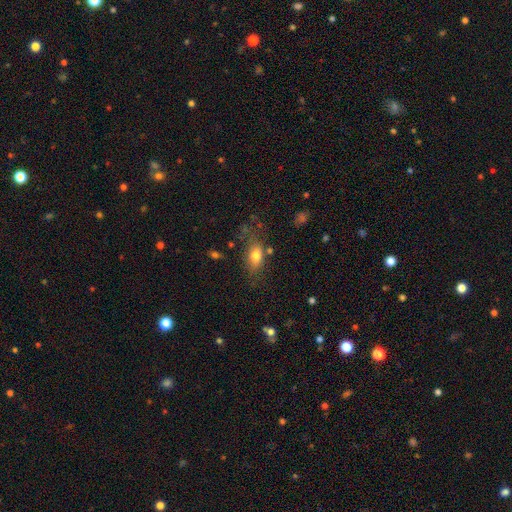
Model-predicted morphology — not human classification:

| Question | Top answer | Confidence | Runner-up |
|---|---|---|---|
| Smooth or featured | smooth | 77% | featured or disk (14%) |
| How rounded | in between | 84% | round (9%) |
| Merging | none | 62% | minor disturbance (22%) |